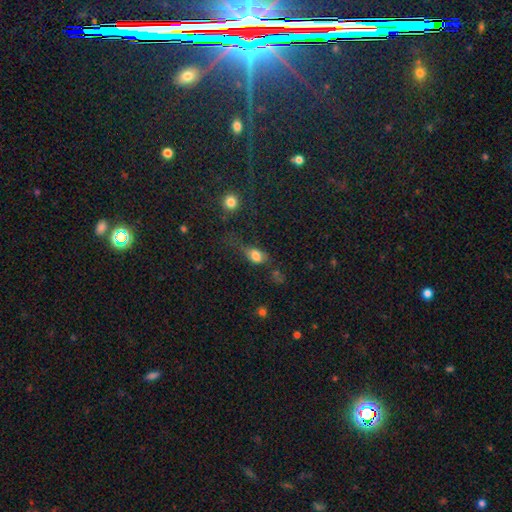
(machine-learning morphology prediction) Overall: smooth (73%). How rounded: in between (75%). Merging: none (35%; major disturbance 31%).